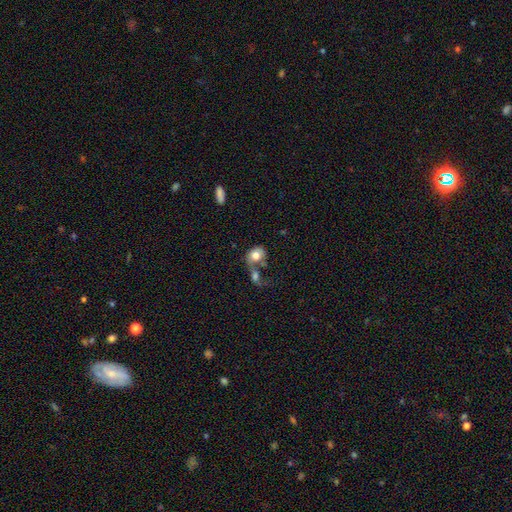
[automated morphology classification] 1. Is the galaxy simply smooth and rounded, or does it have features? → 73% smooth, 20% featured or disk, 7% star or artifact.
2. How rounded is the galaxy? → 53% round, 45% in between, 1% cigar-shaped.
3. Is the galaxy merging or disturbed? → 53% merger, 22% none, 14% major disturbance, 11% minor disturbance.